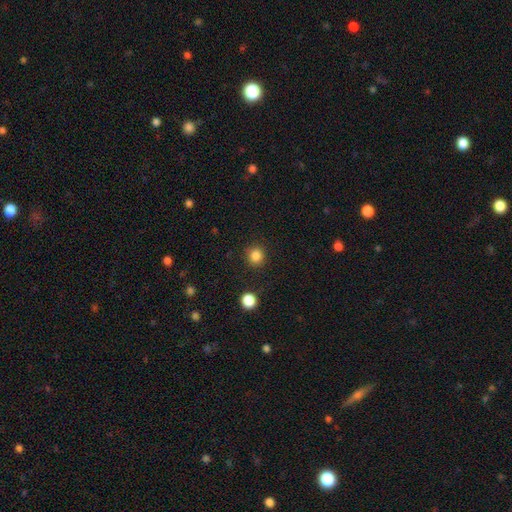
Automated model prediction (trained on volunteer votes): The model was most divided on "smooth or featured": smooth: 85%, star or artifact: 12%, featured or disk: 4%. More confident: how rounded — round (90%); merging — none (89%).